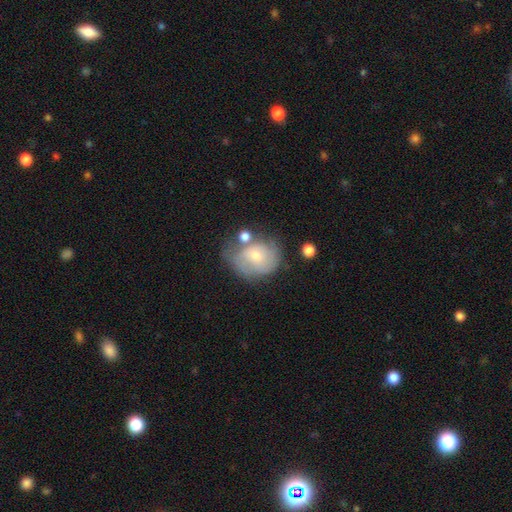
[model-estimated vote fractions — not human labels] This appears to be a smooth galaxy with no disk features (50%) that is round (65%). Merging: none (43%).